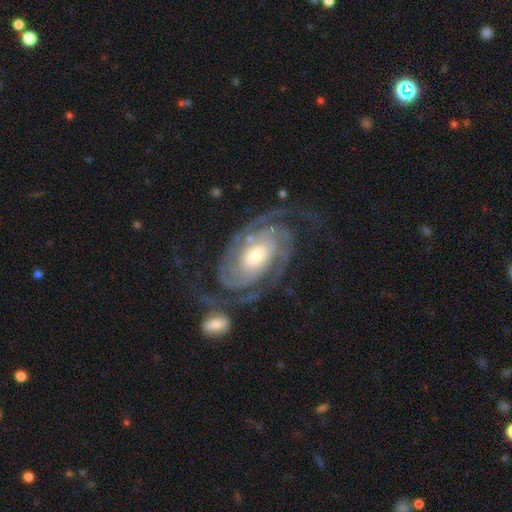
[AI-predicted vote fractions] Q: Smooth or featured?
A: featured or disk (92%); runner-up: smooth (4%)
Q: Edge-on disk?
A: no (97%); runner-up: yes (3%)
Q: Bar?
A: no (60%); runner-up: weak (27%)
Q: Spiral arms?
A: yes (98%); runner-up: no (2%)
Q: Spiral winding?
A: tight (67%); runner-up: medium (27%)
Q: Spiral arm count?
A: 2 (53%); runner-up: 3 (19%)
Q: Bulge size?
A: moderate (56%); runner-up: small (25%)
Q: Merging?
A: none (67%); runner-up: minor disturbance (15%)